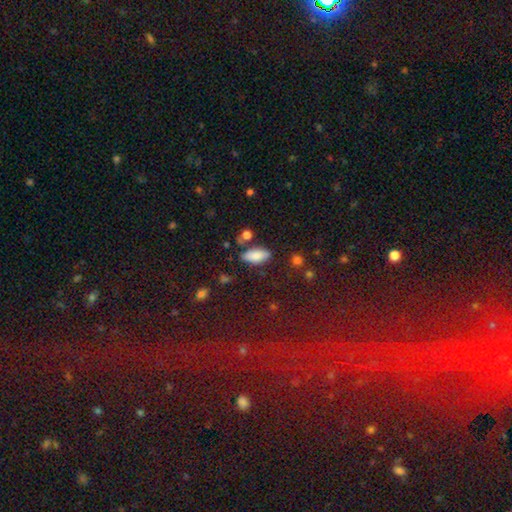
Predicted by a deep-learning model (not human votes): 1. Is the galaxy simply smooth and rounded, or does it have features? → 82% smooth, 10% featured or disk, 8% star or artifact.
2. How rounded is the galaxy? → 86% in between, 11% cigar-shaped, 3% round.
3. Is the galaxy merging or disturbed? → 75% none, 15% minor disturbance, 6% merger, 4% major disturbance.